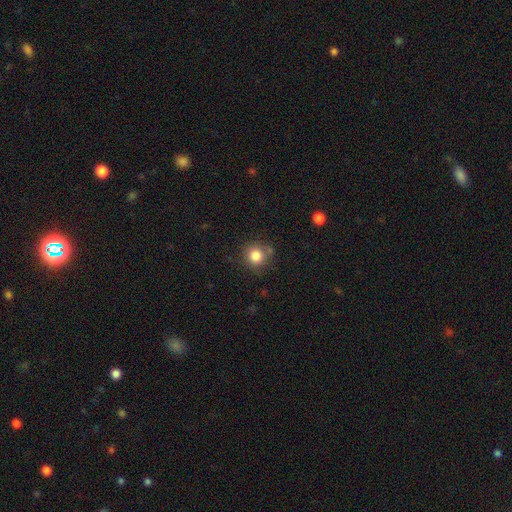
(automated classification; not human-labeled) A smooth galaxy with no disk features (83%) that is round (91%).

Vote fractions:
- Smooth or featured? smooth: 83% / star or artifact: 11% / featured or disk: 6%
- How rounded? round: 91% / in between: 8% / cigar-shaped: 1%
- Merging? none: 76% / minor disturbance: 14% / merger: 6% / major disturbance: 4%